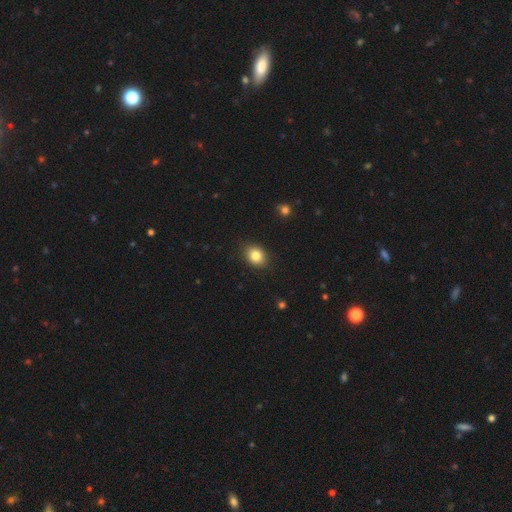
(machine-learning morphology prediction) Smooth or featured? Predicted: smooth (p=0.83). How rounded? Predicted: in between (p=0.56). Merging? Predicted: none (p=0.87).